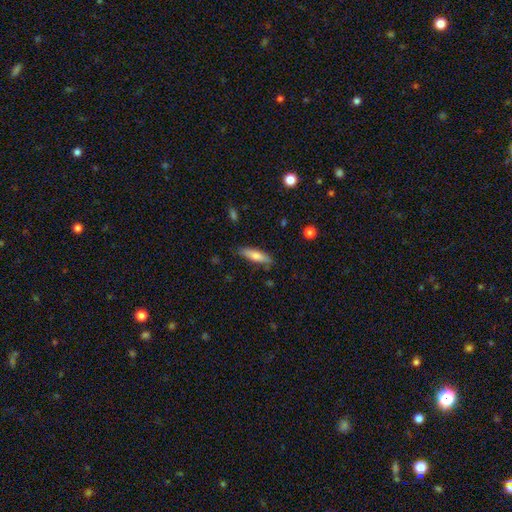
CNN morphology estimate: The model was most divided on "how rounded": cigar-shaped: 60%, in between: 38%, round: 2%. More confident: merging — none (81%); smooth or featured — smooth (72%).